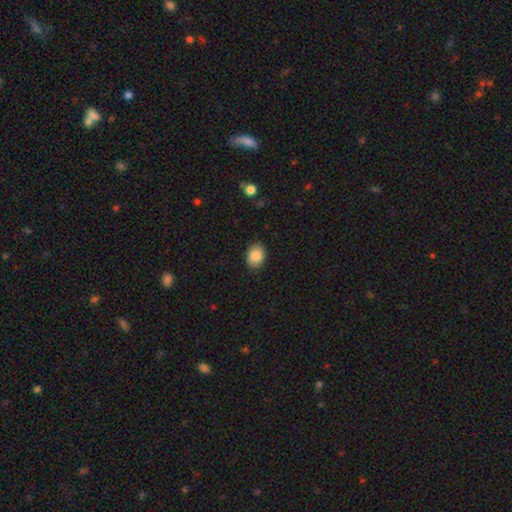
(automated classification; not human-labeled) Overall: smooth (86%). How rounded: in between (62%; round 37%). Merging: none (88%).